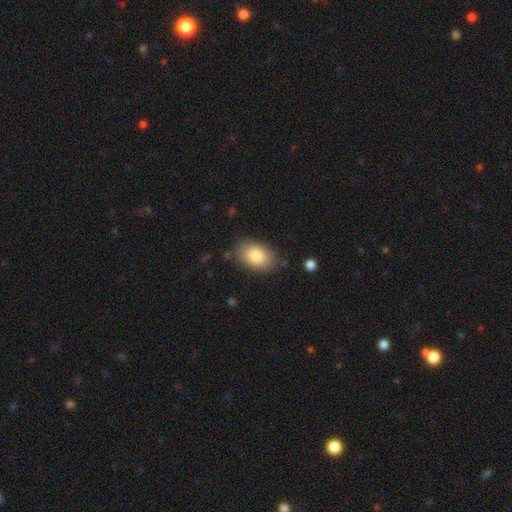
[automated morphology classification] Smooth or featured: smooth — 84% (featured or disk — 9%)
How rounded: in between — 87% (round — 12%)
Merging: none — 81% (minor disturbance — 14%)